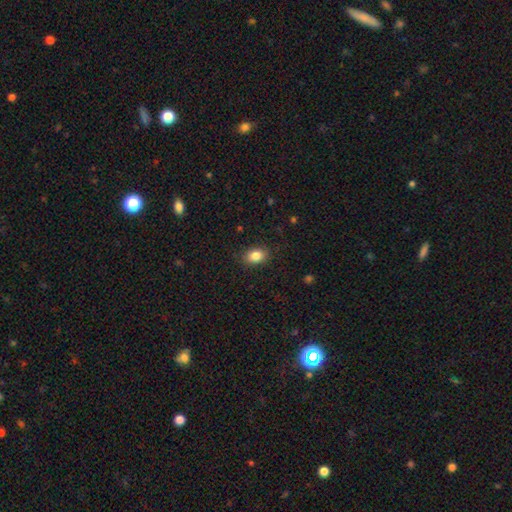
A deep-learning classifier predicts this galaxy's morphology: The model was most divided on "how rounded": in between: 80%, round: 18%, cigar-shaped: 1%. More confident: merging — none (86%); smooth or featured — smooth (85%).